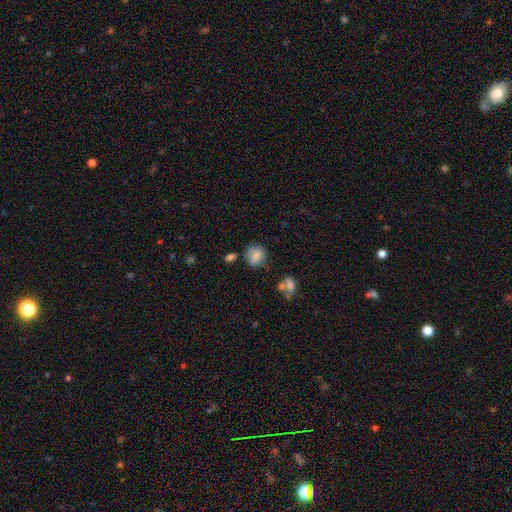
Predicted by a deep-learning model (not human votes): A smooth galaxy with no disk features (81%) that is round (71%).

Vote fractions:
- Smooth or featured? smooth: 81% / star or artifact: 10% / featured or disk: 9%
- How rounded? round: 71% / in between: 28% / cigar-shaped: 1%
- Merging? none: 62% / minor disturbance: 23% / merger: 8% / major disturbance: 7%